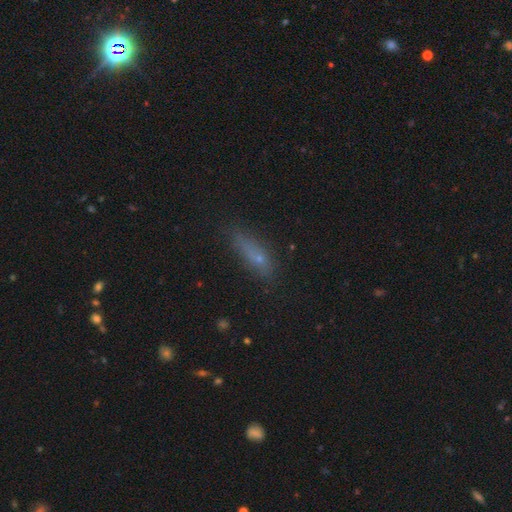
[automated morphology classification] Smooth or featured? smooth (62%)
How rounded? cigar-shaped (59%)
Merging? none (63%)